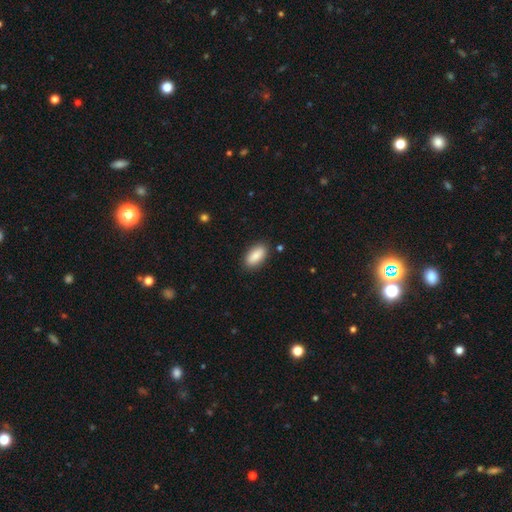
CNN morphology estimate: This is clearly a smooth galaxy (88%). How rounded: clearly in between (91%). Merging: clearly none (87%).